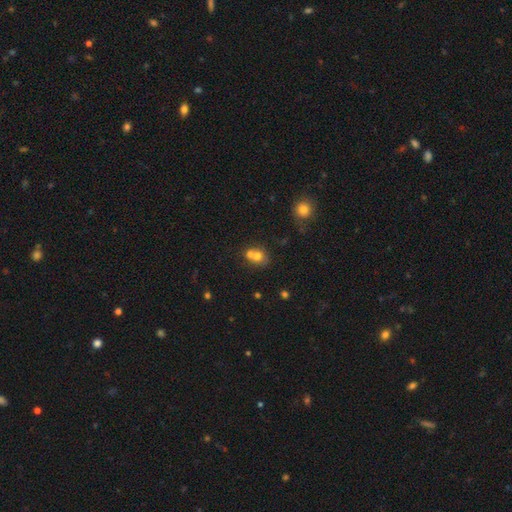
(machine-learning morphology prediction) smooth_or_featured: smooth (p=0.68) [alt: featured or disk p=0.19]
how_rounded: round (p=0.67) [alt: in between p=0.32]
merging: merger (p=0.54) [alt: none p=0.33]